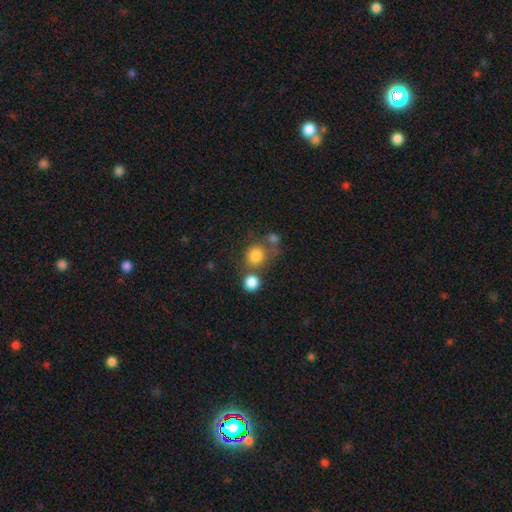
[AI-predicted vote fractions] Smooth or featured: smooth — 80% (star or artifact — 12%)
How rounded: round — 85% (in between — 14%)
Merging: none — 55% (merger — 27%)